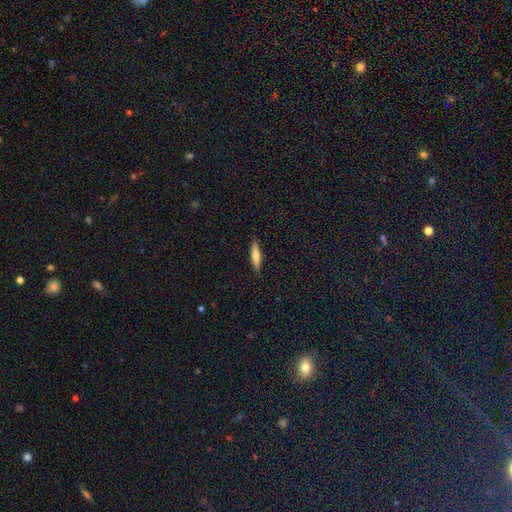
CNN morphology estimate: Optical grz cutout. It shows a smooth galaxy with no disk features (63%) that is cigar-shaped (82%). Merging: none (90%).